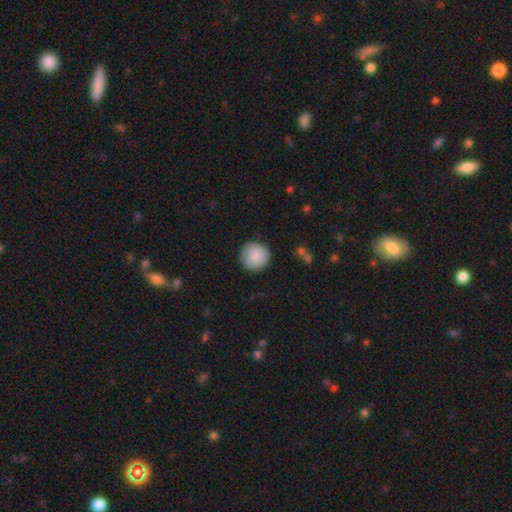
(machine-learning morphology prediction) smooth 88%, star or artifact 6%, featured or disk 6%. Down the decision tree: how rounded — round (95%); merging — none (88%).